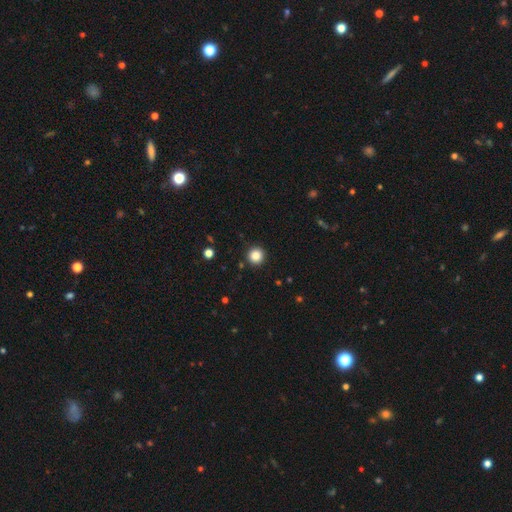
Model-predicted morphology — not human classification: Smooth or featured? Predicted: smooth (p=0.85). How rounded? Predicted: round (p=0.96). Merging? Predicted: none (p=0.92).